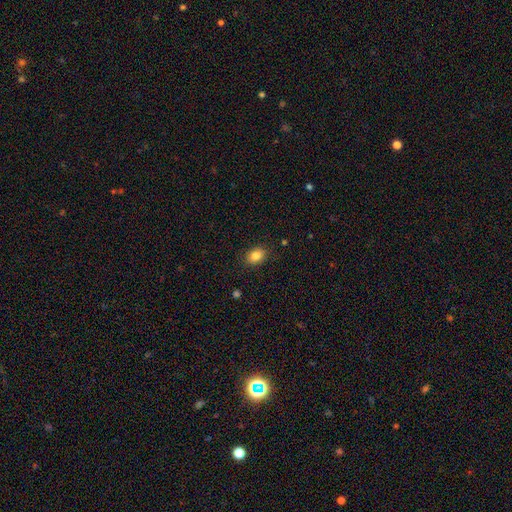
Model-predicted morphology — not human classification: This is clearly a smooth galaxy (84%). How rounded: likely in between (74%). Merging: clearly none (87%).